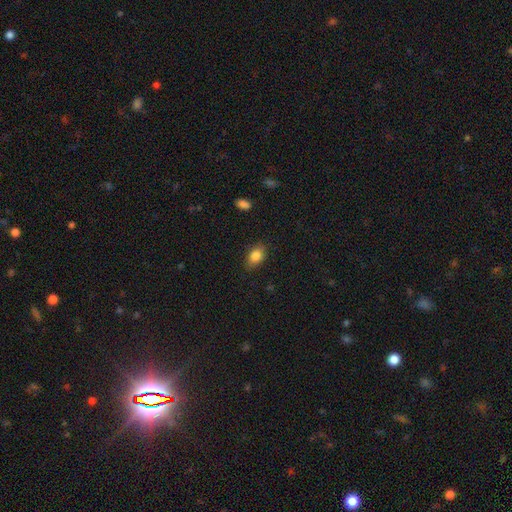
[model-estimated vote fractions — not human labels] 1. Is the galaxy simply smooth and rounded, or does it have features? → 84% smooth, 8% star or artifact, 7% featured or disk.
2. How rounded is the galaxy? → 81% in between, 17% round, 2% cigar-shaped.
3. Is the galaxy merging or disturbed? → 82% none, 14% minor disturbance, 3% major disturbance, 1% merger.